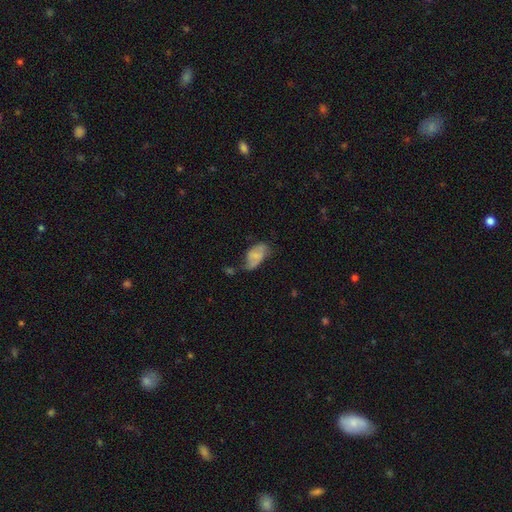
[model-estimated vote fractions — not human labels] Overall: smooth (64%; featured or disk 27%). How rounded: in between (93%). Merging: minor disturbance (36%; none 35%).